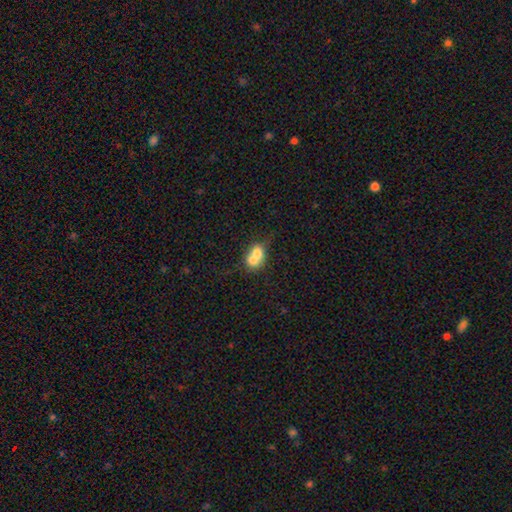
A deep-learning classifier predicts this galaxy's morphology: Overall: smooth (68%). How rounded: round (58%; in between 41%). Merging: merger (73%).